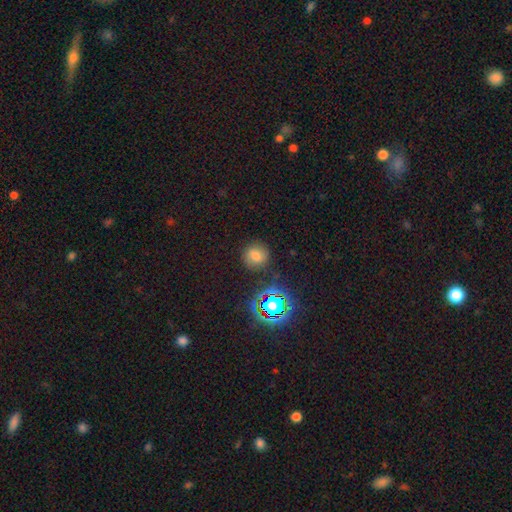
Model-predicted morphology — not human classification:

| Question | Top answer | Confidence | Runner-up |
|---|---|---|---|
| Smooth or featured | smooth | 63% | star or artifact (24%) |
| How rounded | round | 85% | in between (14%) |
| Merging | none | 83% | minor disturbance (11%) |